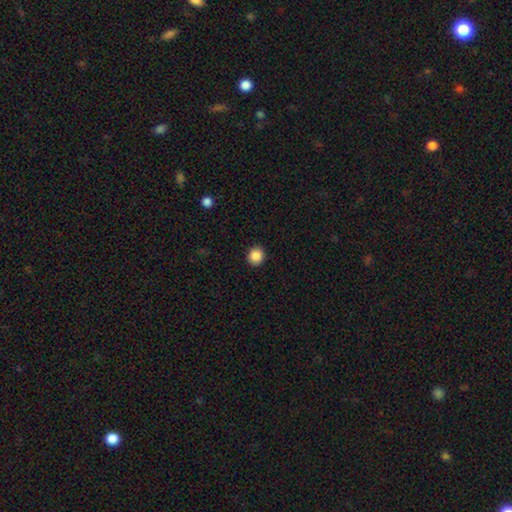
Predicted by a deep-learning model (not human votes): Q: Smooth or featured?
A: smooth (88%); runner-up: star or artifact (9%)
Q: How rounded?
A: round (92%); runner-up: in between (7%)
Q: Merging?
A: none (93%); runner-up: minor disturbance (5%)